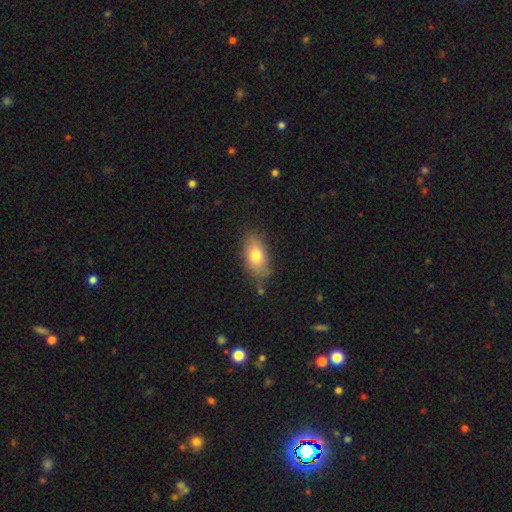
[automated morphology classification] Smooth or featured: smooth — 76% (featured or disk — 16%)
How rounded: in between — 89% (round — 7%)
Merging: none — 71% (minor disturbance — 21%)